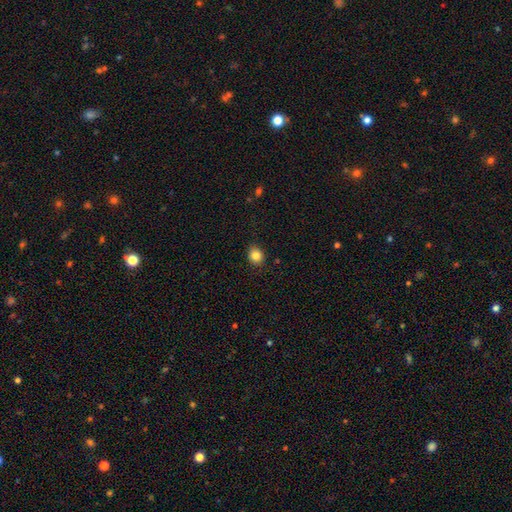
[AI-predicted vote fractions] Smooth or featured? smooth (84%)
How rounded? round (75%)
Merging? none (88%)